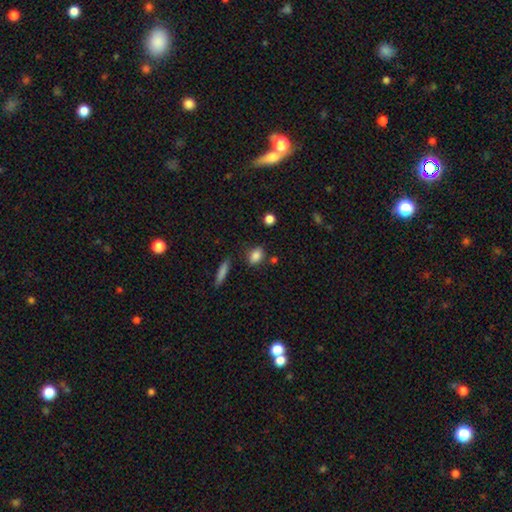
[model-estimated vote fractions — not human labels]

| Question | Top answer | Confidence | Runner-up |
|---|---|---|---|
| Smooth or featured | smooth | 85% | star or artifact (9%) |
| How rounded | in between | 75% | round (20%) |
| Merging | none | 76% | minor disturbance (15%) |